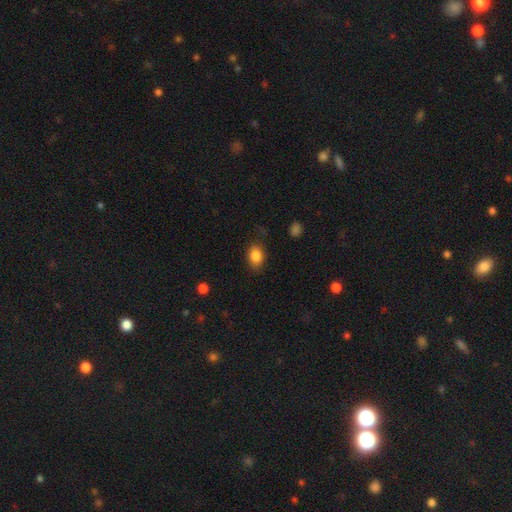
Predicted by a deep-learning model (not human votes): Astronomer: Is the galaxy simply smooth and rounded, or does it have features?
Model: smooth — 85%.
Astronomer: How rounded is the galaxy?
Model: in between — 74%.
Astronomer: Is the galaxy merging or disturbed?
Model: none — 80%.